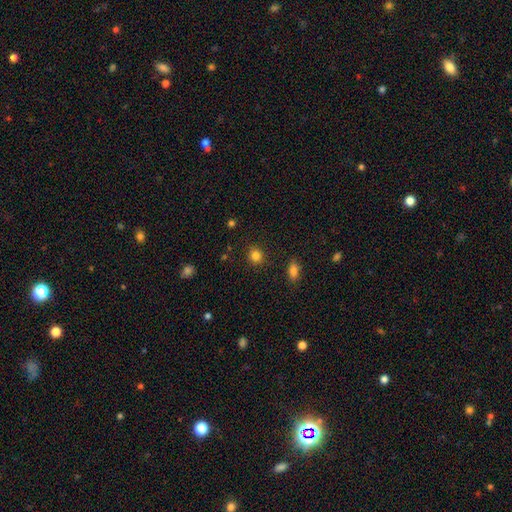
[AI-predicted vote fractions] Q: Smooth or featured?
A: smooth (84%); runner-up: star or artifact (11%)
Q: How rounded?
A: round (81%); runner-up: in between (18%)
Q: Merging?
A: none (89%); runner-up: minor disturbance (7%)